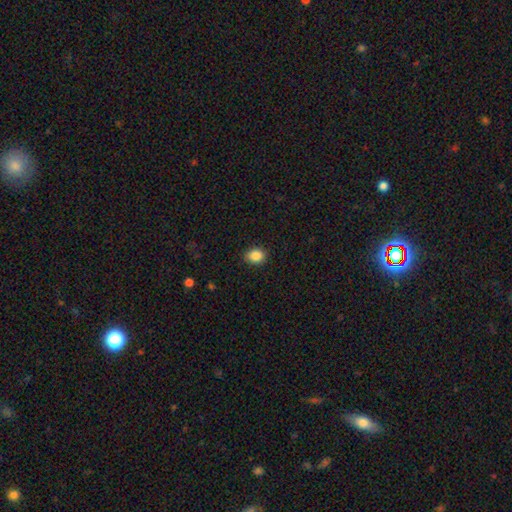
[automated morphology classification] The model was most divided on "how rounded": round: 62%, in between: 37%, cigar-shaped: 1%. More confident: smooth or featured — smooth (87%); merging — none (87%).